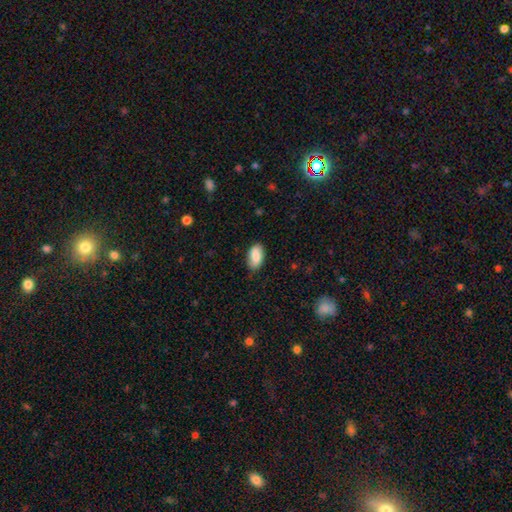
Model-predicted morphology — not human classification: Overall: smooth (79%). How rounded: in between (94%). Merging: none (83%).